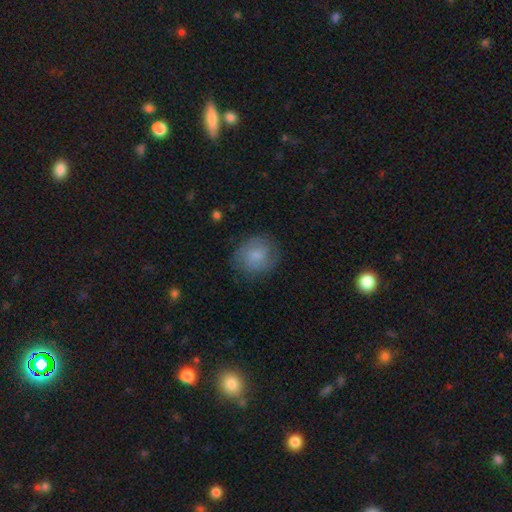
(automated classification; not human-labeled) Q: Smooth or featured?
A: smooth (64%); runner-up: featured or disk (28%)
Q: How rounded?
A: round (71%); runner-up: in between (28%)
Q: Merging?
A: none (76%); runner-up: minor disturbance (17%)